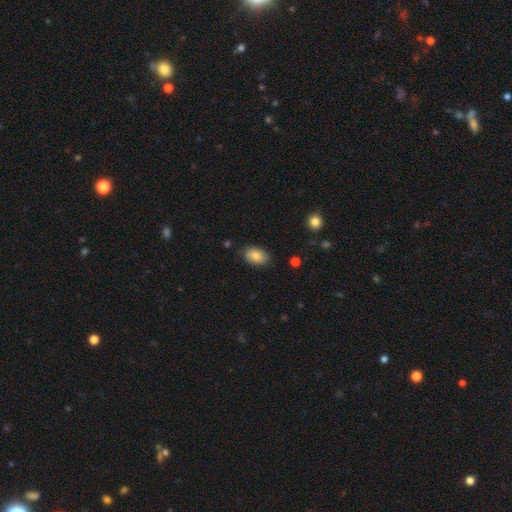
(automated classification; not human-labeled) Overall: smooth (83%). How rounded: in between (89%). Merging: none (82%).